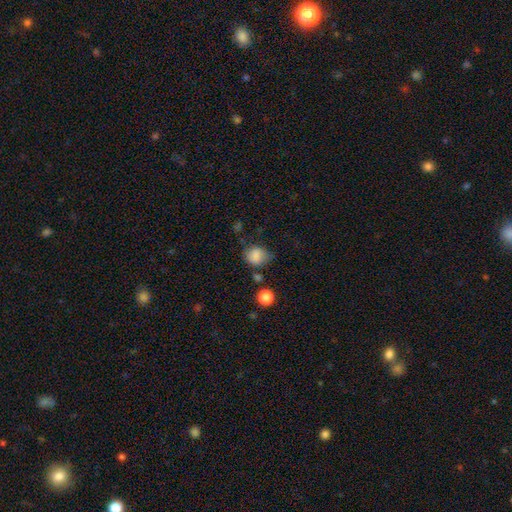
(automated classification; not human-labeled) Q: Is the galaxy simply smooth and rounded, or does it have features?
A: smooth — 82%.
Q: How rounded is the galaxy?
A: round — 59%.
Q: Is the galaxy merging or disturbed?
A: none — 54%.